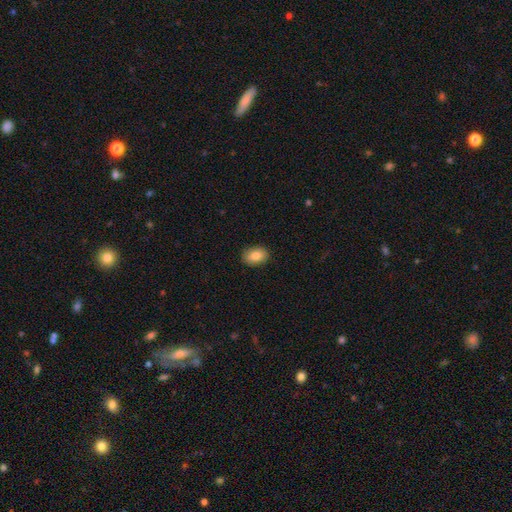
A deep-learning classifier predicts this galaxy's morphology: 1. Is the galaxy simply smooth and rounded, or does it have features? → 83% smooth, 9% featured or disk, 8% star or artifact.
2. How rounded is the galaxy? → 82% in between, 17% round, 1% cigar-shaped.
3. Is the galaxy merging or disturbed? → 89% none, 8% minor disturbance, 2% major disturbance, 1% merger.